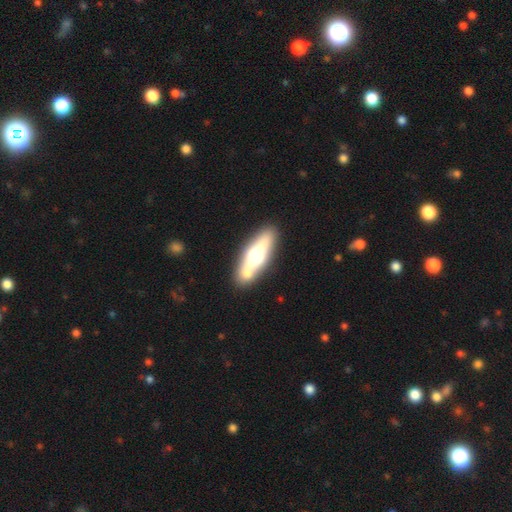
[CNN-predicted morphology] featured or disk 51%, smooth 42%, star or artifact 7%. Down the decision tree: edge-on disk — yes (81%); merging — none (76%).